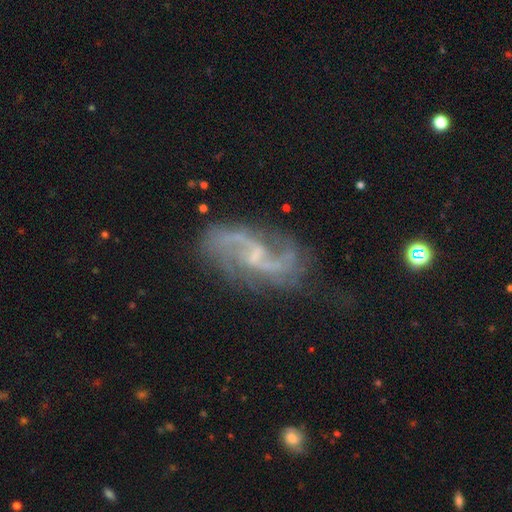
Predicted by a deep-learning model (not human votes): smooth_or_featured: featured or disk (p=0.88) [alt: star or artifact p=0.07]
disk_edge_on: no (p=0.97) [alt: yes p=0.03]
bar: weak (p=0.55) [alt: no p=0.30]
has_spiral_arms: yes (p=0.96) [alt: no p=0.04]
spiral_winding: loose (p=0.55) [alt: medium p=0.36]
spiral_arm_count: 2 (p=0.83) [alt: can't tell p=0.06]
bulge_size: small (p=0.54) [alt: none p=0.25]
merging: none (p=0.66) [alt: minor disturbance p=0.19]